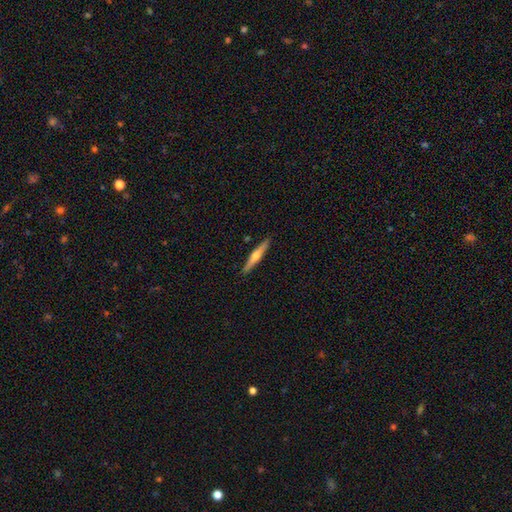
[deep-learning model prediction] This appears to be a featured or disk galaxy (60%) viewed edge-on (97%) with a rounded central bulge (90%). Merging: none (91%).